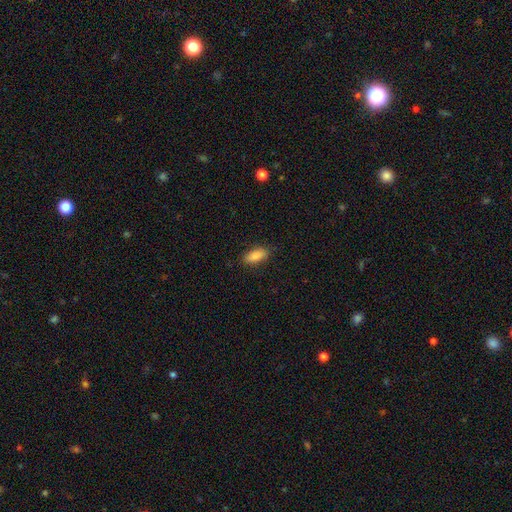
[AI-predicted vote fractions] smooth-or-featured: smooth: 87% | star or artifact: 7% | featured or disk: 7%
  how-rounded: in between: 84% | cigar-shaped: 14% | round: 2%
  merging: none: 86% | minor disturbance: 10% | major disturbance: 2% | merger: 1%